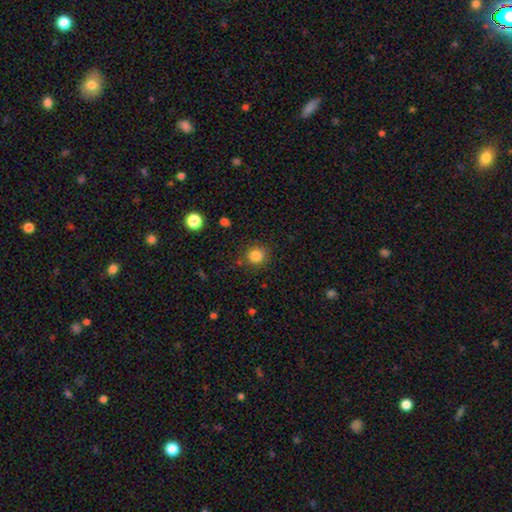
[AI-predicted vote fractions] smooth_or_featured: smooth (p=0.84) [alt: star or artifact p=0.12]
how_rounded: round (p=0.90) [alt: in between p=0.10]
merging: none (p=0.85) [alt: minor disturbance p=0.09]